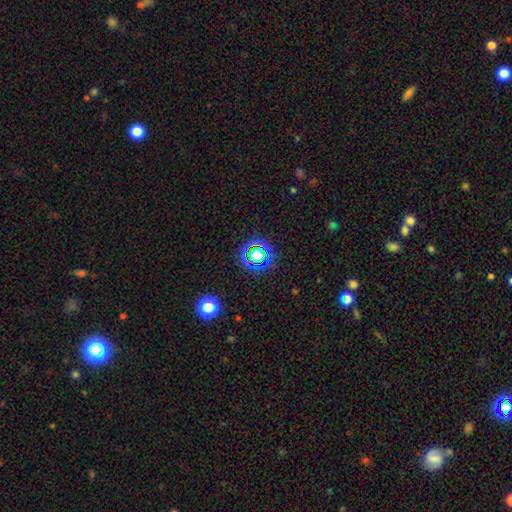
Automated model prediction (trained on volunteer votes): Smooth or featured: star or artifact — 60% (smooth — 30%)